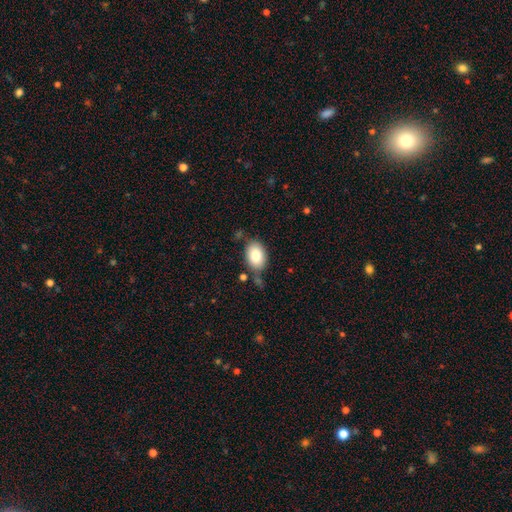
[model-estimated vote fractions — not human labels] smooth-or-featured: smooth: 82% | featured or disk: 10% | star or artifact: 7%
  how-rounded: in between: 82% | round: 17% | cigar-shaped: 1%
  merging: none: 71% | minor disturbance: 17% | merger: 7% | major disturbance: 5%